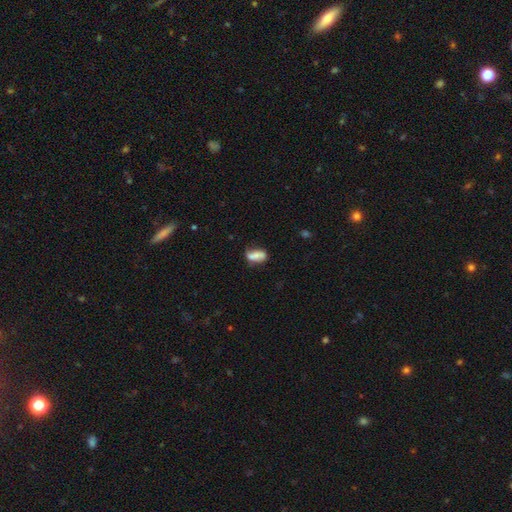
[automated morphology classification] smooth-or-featured: smooth: 63% | featured or disk: 28% | star or artifact: 9%
  how-rounded: in between: 82% | cigar-shaped: 12% | round: 7%
  merging: none: 52% | minor disturbance: 27% | merger: 11% | major disturbance: 10%